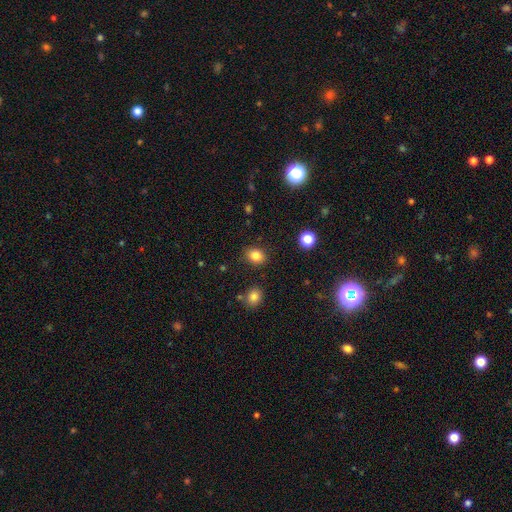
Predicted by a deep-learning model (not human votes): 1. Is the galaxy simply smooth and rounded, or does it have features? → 84% smooth, 11% star or artifact, 6% featured or disk.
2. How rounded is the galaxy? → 50% in between, 49% round, 1% cigar-shaped.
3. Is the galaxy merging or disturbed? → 87% none, 9% minor disturbance, 3% major disturbance, 2% merger.